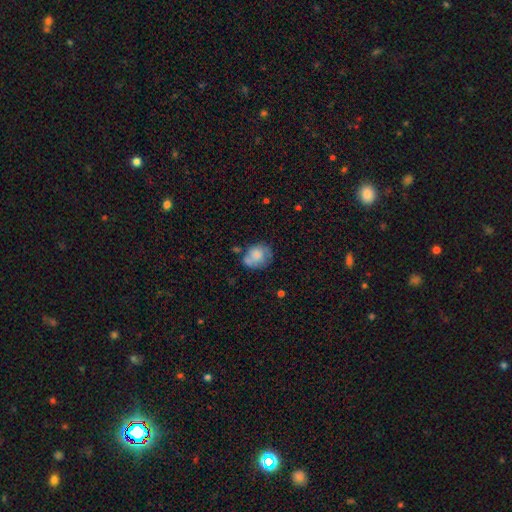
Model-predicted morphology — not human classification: This appears to be a smooth galaxy with no disk features (71%) that is in between round and cigar-shaped (50%). Merging: none (46%).